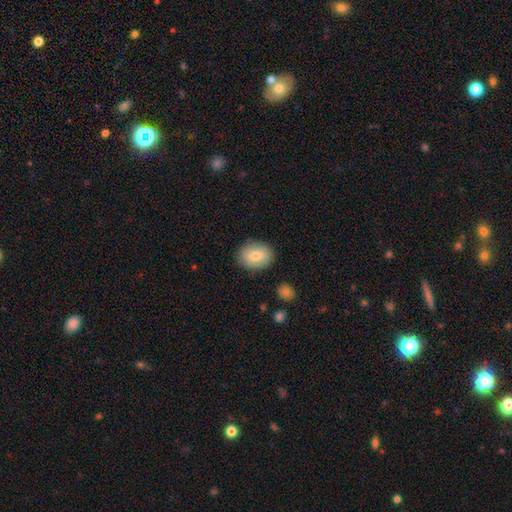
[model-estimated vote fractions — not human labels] smooth-or-featured: smooth: 77% | featured or disk: 15% | star or artifact: 7%
  how-rounded: in between: 65% | round: 34% | cigar-shaped: 1%
  merging: none: 85% | minor disturbance: 11% | major disturbance: 3% | merger: 1%